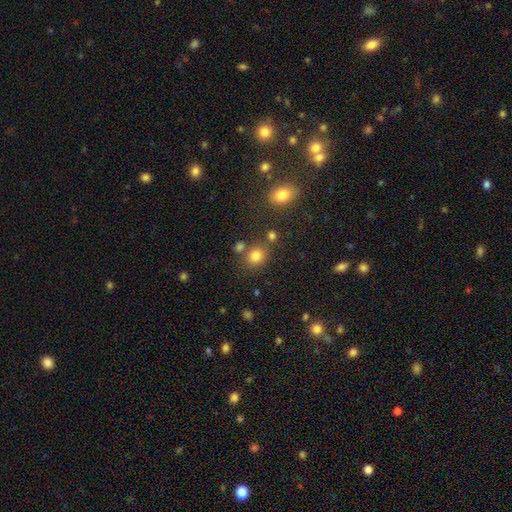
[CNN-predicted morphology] smooth-or-featured: smooth: 78% | star or artifact: 15% | featured or disk: 7%
  how-rounded: round: 75% | in between: 24% | cigar-shaped: 1%
  merging: none: 69% | merger: 14% | minor disturbance: 11% | major disturbance: 5%